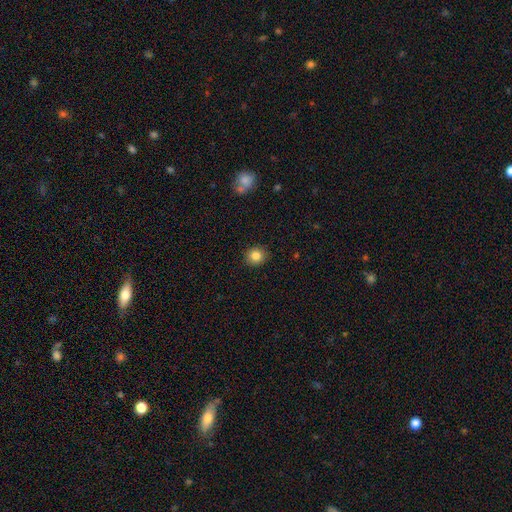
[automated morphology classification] A smooth galaxy with no disk features (84%) that is round (82%).

Vote fractions:
- Smooth or featured? smooth: 84% / star or artifact: 10% / featured or disk: 6%
- How rounded? round: 82% / in between: 17% / cigar-shaped: 1%
- Merging? none: 91% / minor disturbance: 6% / major disturbance: 2% / merger: 1%